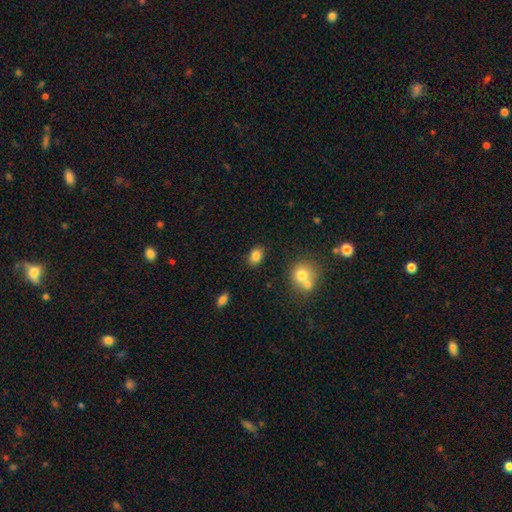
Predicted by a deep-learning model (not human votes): A smooth galaxy with no disk features (84%) that is in between round and cigar-shaped (72%).

Vote fractions:
- Smooth or featured? smooth: 84% / star or artifact: 10% / featured or disk: 6%
- How rounded? in between: 72% / round: 27% / cigar-shaped: 1%
- Merging? none: 83% / minor disturbance: 10% / merger: 5% / major disturbance: 3%